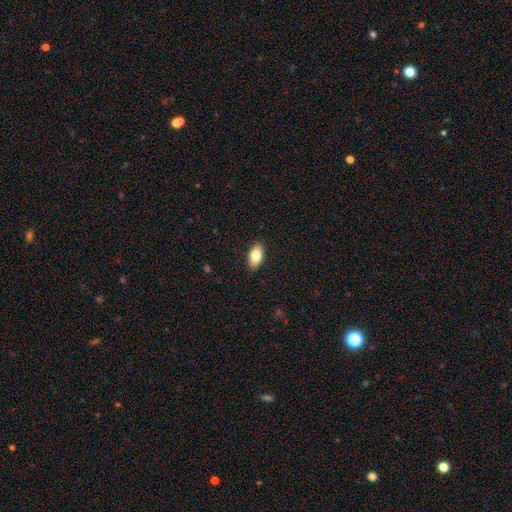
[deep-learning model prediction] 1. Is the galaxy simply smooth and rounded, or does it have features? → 81% smooth, 12% featured or disk, 7% star or artifact.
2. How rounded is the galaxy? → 92% in between, 4% round, 3% cigar-shaped.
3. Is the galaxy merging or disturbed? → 89% none, 8% minor disturbance, 2% major disturbance, 1% merger.